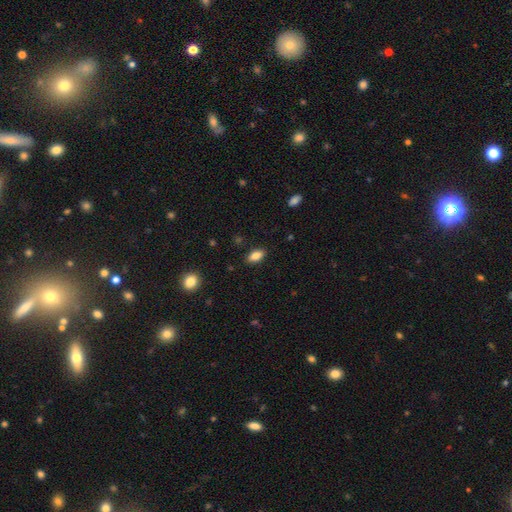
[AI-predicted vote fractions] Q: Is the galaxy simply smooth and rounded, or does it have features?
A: smooth — 84%.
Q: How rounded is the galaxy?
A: in between — 88%.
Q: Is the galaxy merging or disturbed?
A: none — 87%.